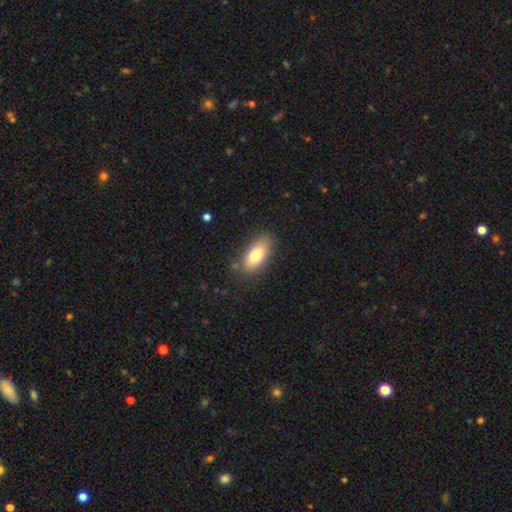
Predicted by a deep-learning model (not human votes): A smooth galaxy with no disk features (78%) that is in between round and cigar-shaped (88%). Merging: none (81%).